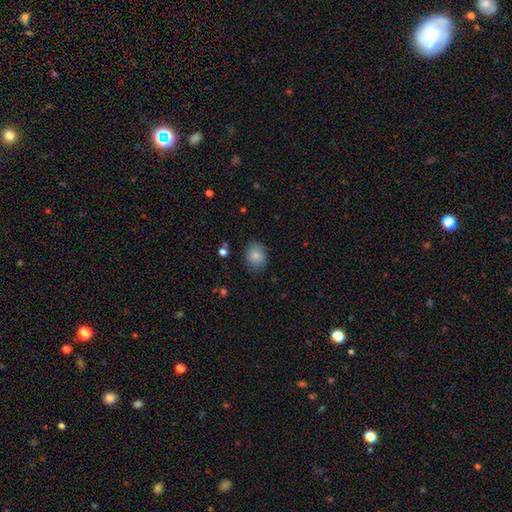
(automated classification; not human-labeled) Smooth or featured?
  - smooth: 84% *
  - featured or disk: 8%
  - star or artifact: 8%
How rounded?
  - round: 53% *
  - in between: 46%
  - cigar-shaped: 1%
Merging?
  - none: 80% *
  - minor disturbance: 15%
  - major disturbance: 3%
  - merger: 1%